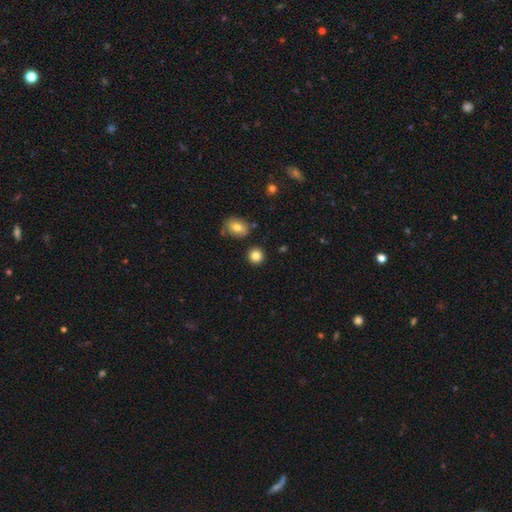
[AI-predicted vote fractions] smooth_or_featured: smooth (p=0.84) [alt: star or artifact p=0.10]
how_rounded: round (p=0.91) [alt: in between p=0.08]
merging: none (p=0.88) [alt: minor disturbance p=0.07]